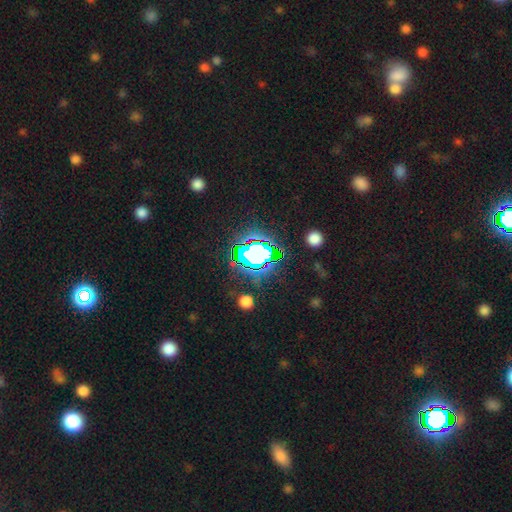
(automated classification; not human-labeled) Smooth or featured? star or artifact (75%)